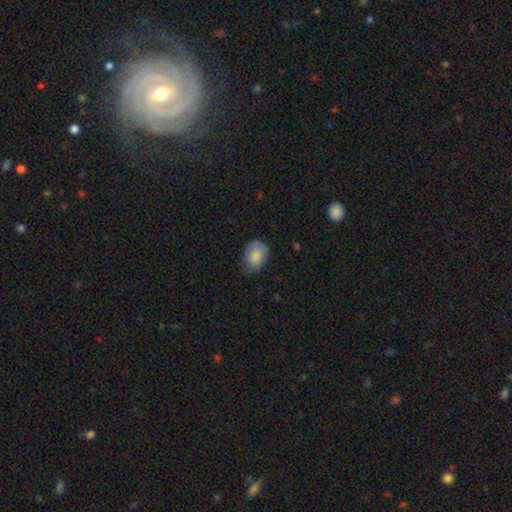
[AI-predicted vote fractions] A smooth galaxy with no disk features (82%) that is in between round and cigar-shaped (73%). Merging: none (66%).